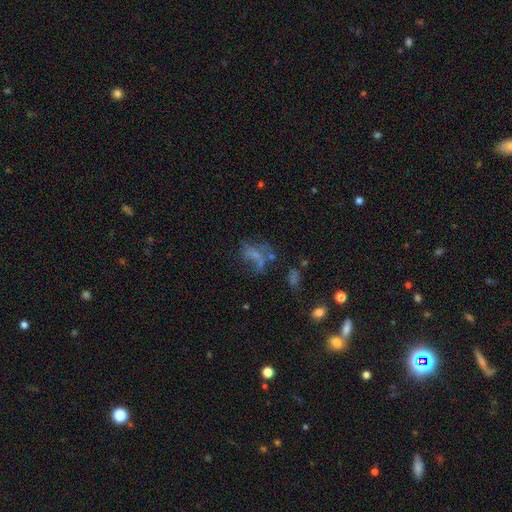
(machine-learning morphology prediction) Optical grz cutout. It shows a smooth galaxy with no disk features (39%). Merging: major disturbance (32%, tied with none).